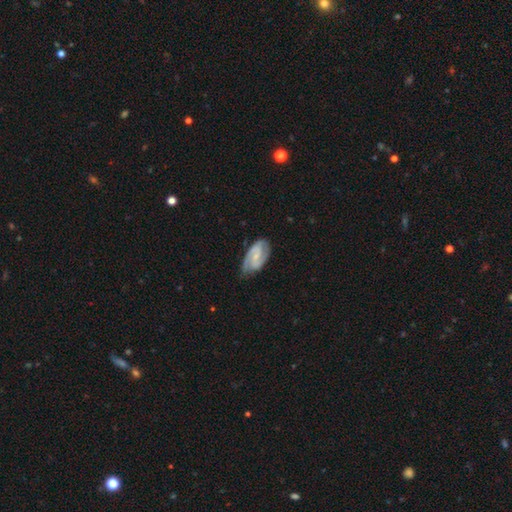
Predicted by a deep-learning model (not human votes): smooth-or-featured: featured or disk: 82% | smooth: 14% | star or artifact: 5%
  disk-edge-on: no: 97% | yes: 3%
    bar: weak: 50% | no: 30% | strong: 20%
    has-spiral-arms: yes: 96% | no: 4%
      spiral-winding: medium: 48% | tight: 37% | loose: 14%
      spiral-arm-count: 2: 86% | can't tell: 6% | 3: 3% | 1: 2% | 4: 1% | more than 4: 1%
    bulge-size: small: 62% | moderate: 22% | none: 13% | large: 1% | dominant: 1%
  merging: none: 72% | minor disturbance: 22% | major disturbance: 5% | merger: 1%